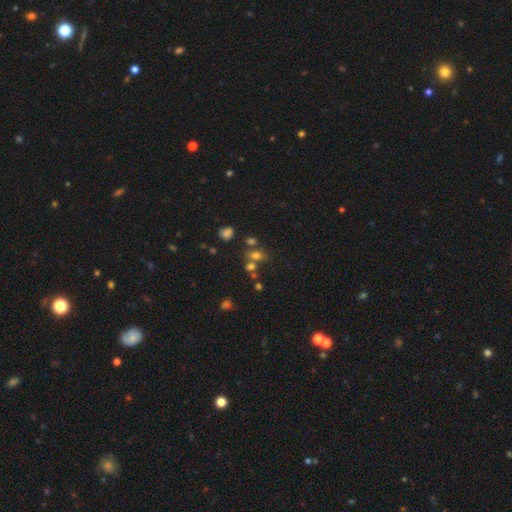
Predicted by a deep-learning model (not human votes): Smooth or featured? Predicted: smooth (p=0.67). How rounded? Predicted: in between (p=0.59). Merging? Predicted: none (p=0.48).